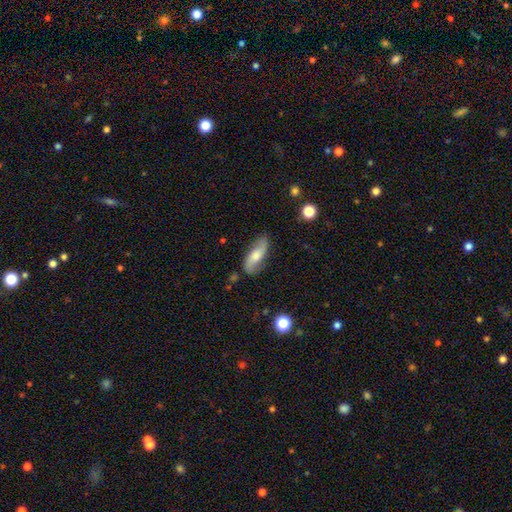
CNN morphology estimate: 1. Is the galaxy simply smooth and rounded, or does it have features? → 61% featured or disk, 33% smooth, 7% star or artifact.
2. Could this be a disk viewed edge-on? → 83% no, 17% yes.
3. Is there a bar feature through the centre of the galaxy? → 56% no, 32% weak, 12% strong.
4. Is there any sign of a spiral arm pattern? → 90% yes, 10% no.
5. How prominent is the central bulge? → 60% moderate, 24% small, 10% large, 4% none, 2% dominant.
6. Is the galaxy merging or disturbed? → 78% none, 16% minor disturbance, 4% major disturbance, 2% merger.